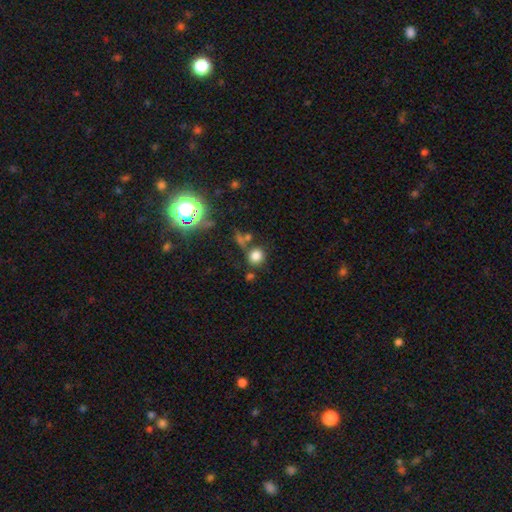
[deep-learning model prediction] This appears to be a smooth galaxy with no disk features (76%) that is round (83%). Merging: none (70%).